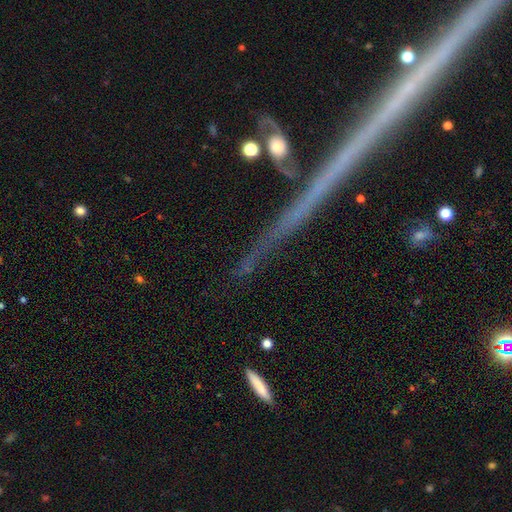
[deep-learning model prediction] Smooth or featured? star or artifact (46%)